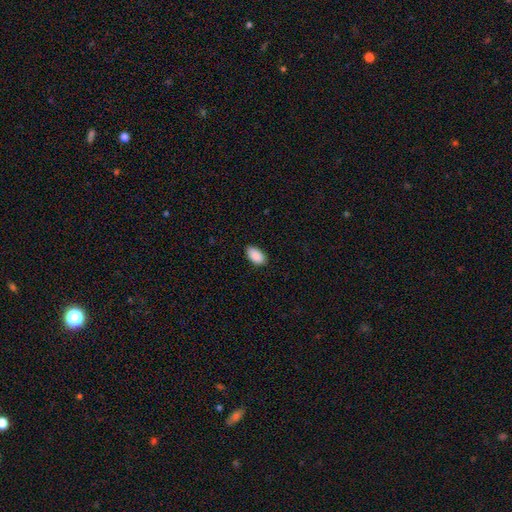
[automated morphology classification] Overall: smooth (91%). How rounded: in between (95%). Merging: none (87%).